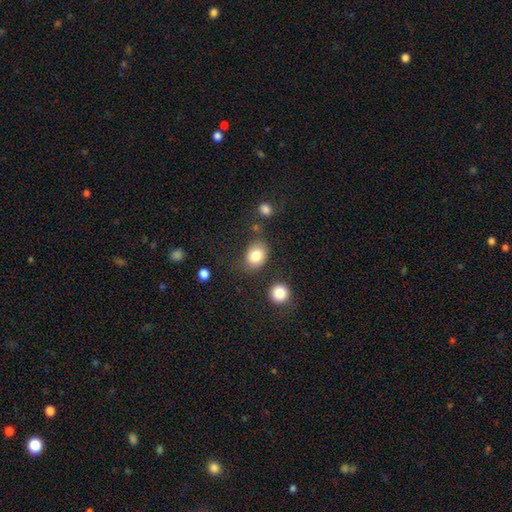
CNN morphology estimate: This appears to be a smooth galaxy with no disk features (83%) that is in between round and cigar-shaped (61%). Merging: none (69%).